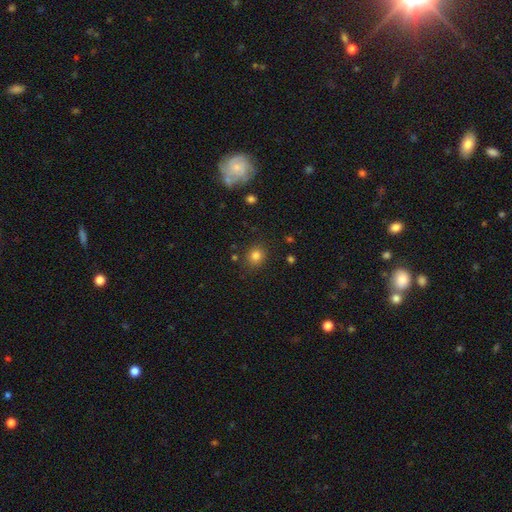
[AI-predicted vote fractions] Overall: smooth (81%). How rounded: round (80%). Merging: none (85%).